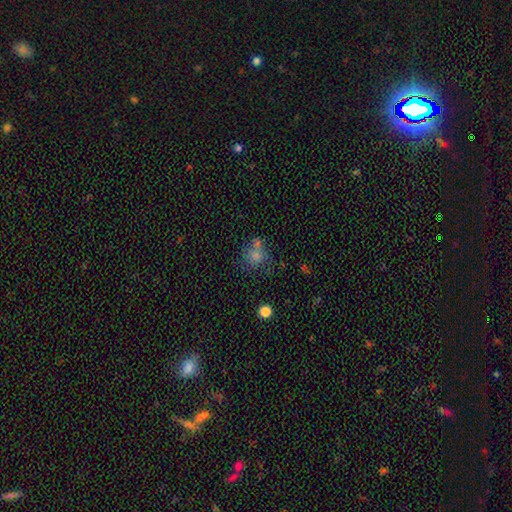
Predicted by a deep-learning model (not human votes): Smooth or featured: smooth — 71% (star or artifact — 17%)
How rounded: round — 81% (in between — 18%)
Merging: none — 51% (merger — 29%)